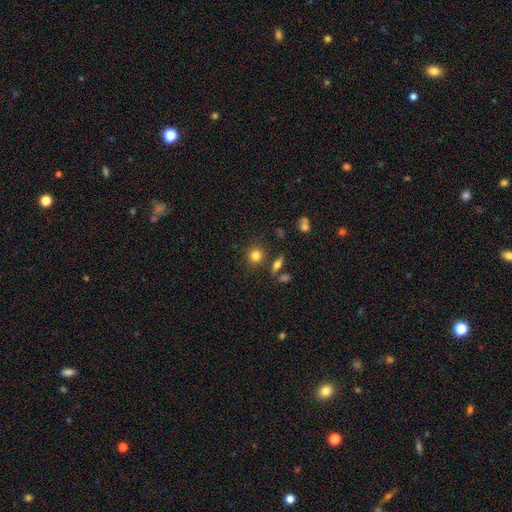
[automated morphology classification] Q: Smooth or featured?
A: smooth (80%); runner-up: star or artifact (11%)
Q: How rounded?
A: round (87%); runner-up: in between (11%)
Q: Merging?
A: none (81%); runner-up: minor disturbance (9%)